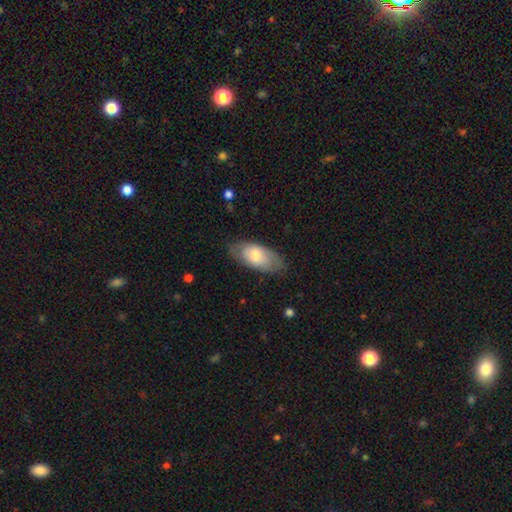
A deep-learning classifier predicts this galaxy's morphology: A smooth galaxy with no disk features (70%) that is in between round and cigar-shaped (91%). Merging: none (76%).